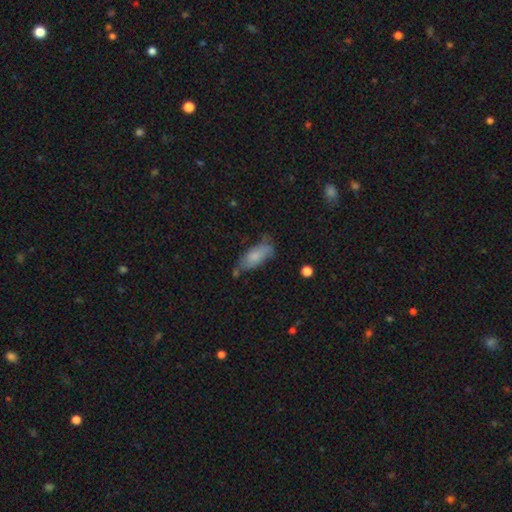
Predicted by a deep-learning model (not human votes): Q: Smooth or featured?
A: smooth (75%); runner-up: featured or disk (18%)
Q: How rounded?
A: in between (75%); runner-up: cigar-shaped (22%)
Q: Merging?
A: none (55%); runner-up: minor disturbance (30%)